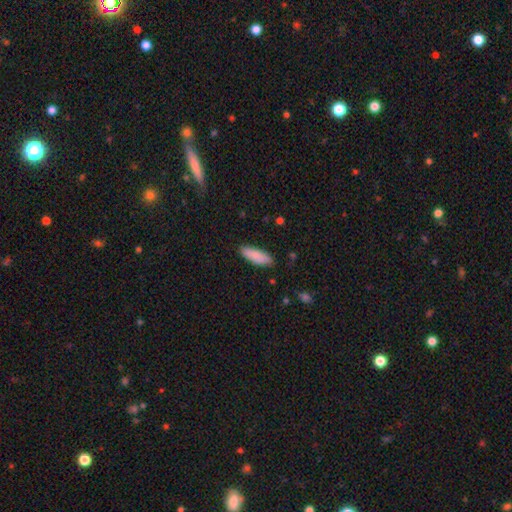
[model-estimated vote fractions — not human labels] A smooth galaxy with no disk features (85%) that is in between round and cigar-shaped (55%).

Vote fractions:
- Smooth or featured? smooth: 85% / featured or disk: 10% / star or artifact: 6%
- How rounded? in between: 55% / cigar-shaped: 44% / round: 2%
- Merging? none: 85% / minor disturbance: 11% / major disturbance: 2% / merger: 1%